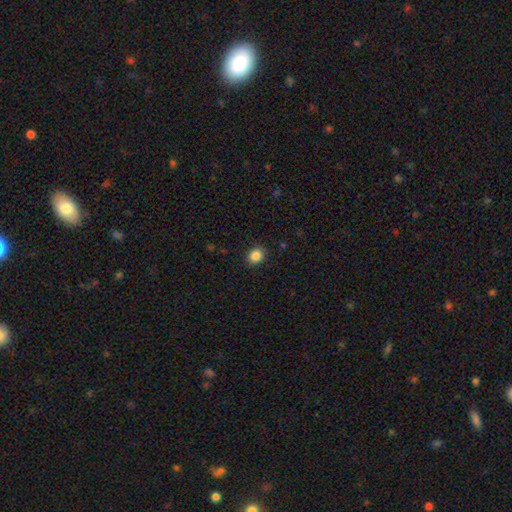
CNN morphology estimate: The model was most divided on "how rounded": round: 57%, in between: 42%, cigar-shaped: 1%. More confident: merging — none (88%); smooth or featured — smooth (86%).